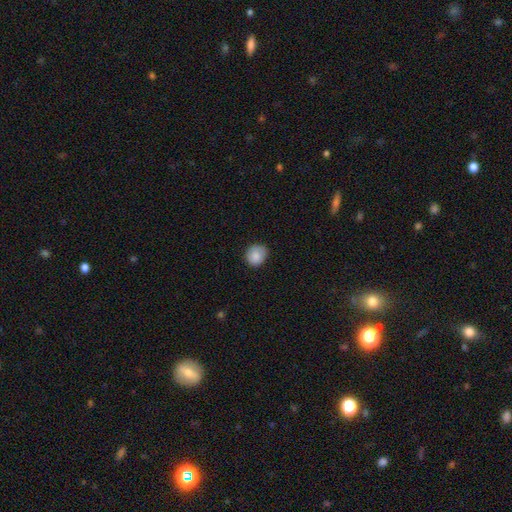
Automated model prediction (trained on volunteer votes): A smooth galaxy with no disk features (85%) that is round (74%). Merging: none (76%).